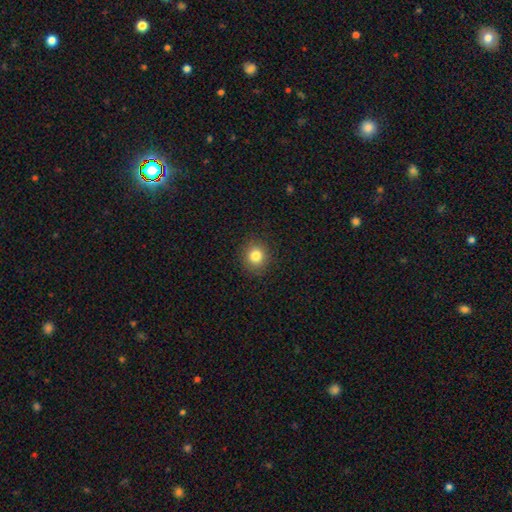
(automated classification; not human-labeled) Morphology: type=smooth (82%); roundness=round (85%); merging=none (90%).